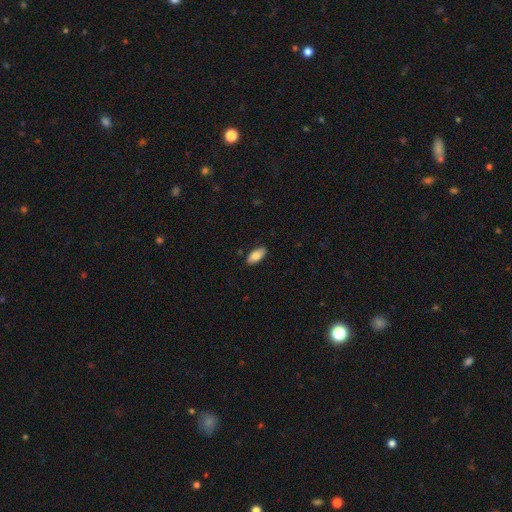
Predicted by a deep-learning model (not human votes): smooth 82%, featured or disk 12%, star or artifact 6%. Down the decision tree: how rounded — in between (89%); merging — none (86%).